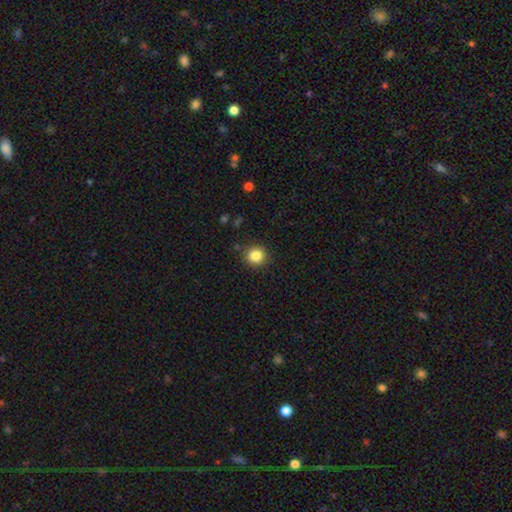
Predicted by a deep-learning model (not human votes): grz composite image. It shows a smooth galaxy with no disk features (85%) that is round (91%). Merging: none (89%).